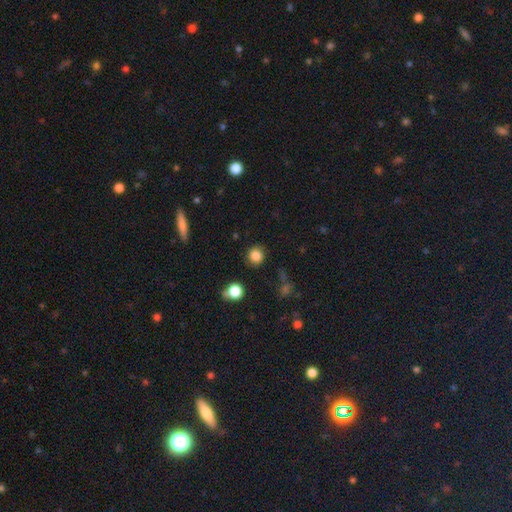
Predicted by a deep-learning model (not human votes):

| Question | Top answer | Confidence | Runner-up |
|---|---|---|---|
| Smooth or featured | smooth | 84% | star or artifact (12%) |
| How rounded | round | 87% | in between (12%) |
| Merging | none | 85% | minor disturbance (10%) |